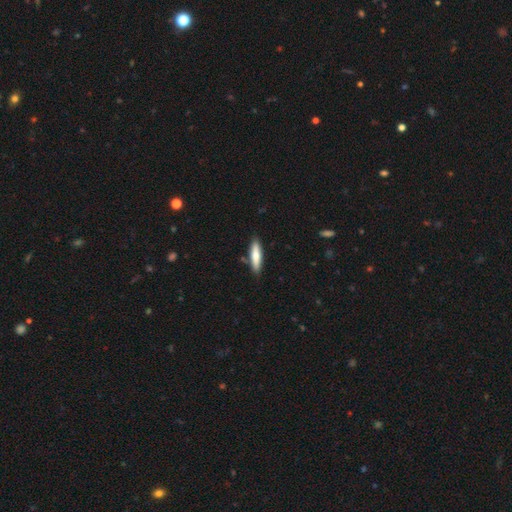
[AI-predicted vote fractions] Smooth or featured: smooth — 70% (featured or disk — 25%)
How rounded: cigar-shaped — 73% (in between — 25%)
Merging: none — 84% (minor disturbance — 11%)